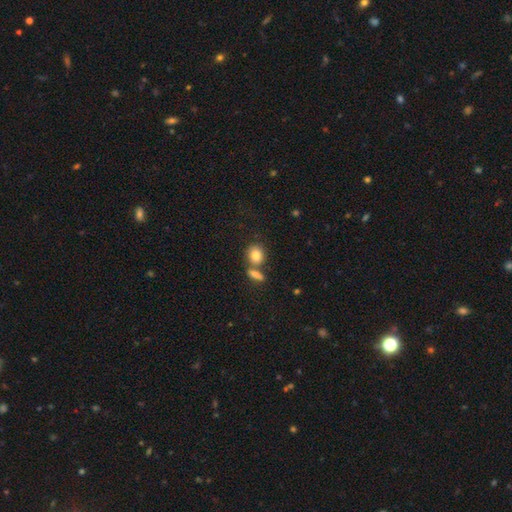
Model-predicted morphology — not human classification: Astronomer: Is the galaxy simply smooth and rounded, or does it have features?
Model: smooth — 82%.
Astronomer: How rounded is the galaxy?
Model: round — 67%.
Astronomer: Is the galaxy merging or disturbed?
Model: none — 53% (runner-up: merger, 33%).